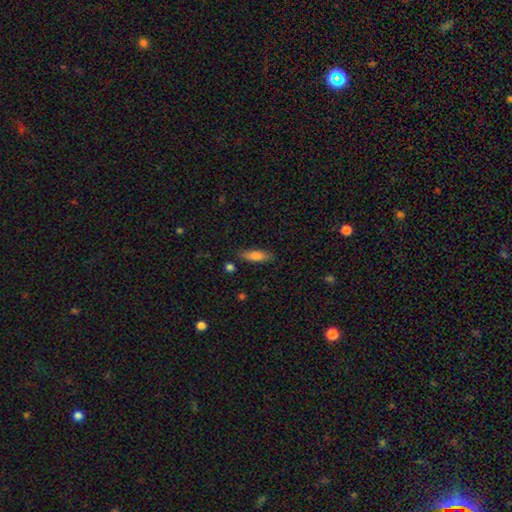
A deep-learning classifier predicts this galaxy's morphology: smooth_or_featured: smooth (p=0.79) [alt: featured or disk p=0.14]
how_rounded: cigar-shaped (p=0.54) [alt: in between p=0.43]
merging: none (p=0.81) [alt: minor disturbance p=0.14]